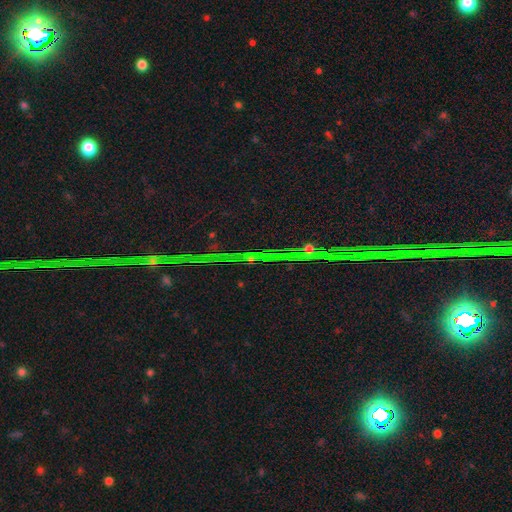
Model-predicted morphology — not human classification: A star or artifact, not a galaxy (84%).